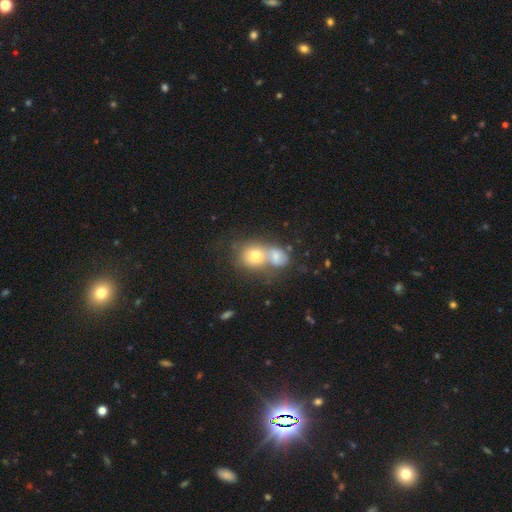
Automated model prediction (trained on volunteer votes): smooth_or_featured: smooth (p=0.67) [alt: featured or disk p=0.21]
how_rounded: round (p=0.68) [alt: in between p=0.31]
merging: merger (p=0.66) [alt: none p=0.22]